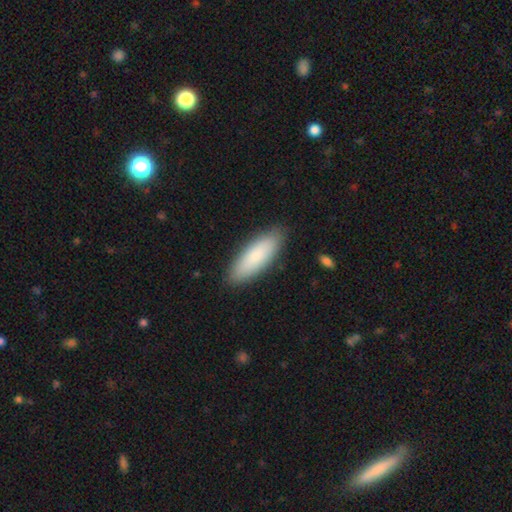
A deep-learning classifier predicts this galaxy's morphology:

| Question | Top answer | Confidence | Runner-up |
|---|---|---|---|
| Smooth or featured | smooth | 83% | featured or disk (11%) |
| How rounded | in between | 57% | cigar-shaped (42%) |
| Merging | none | 88% | minor disturbance (9%) |